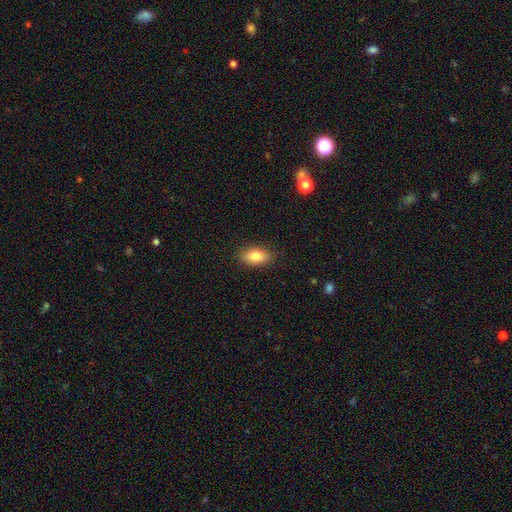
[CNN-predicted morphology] This appears to be a smooth galaxy with no disk features (79%) that is in between round and cigar-shaped (86%). Merging: none (87%).